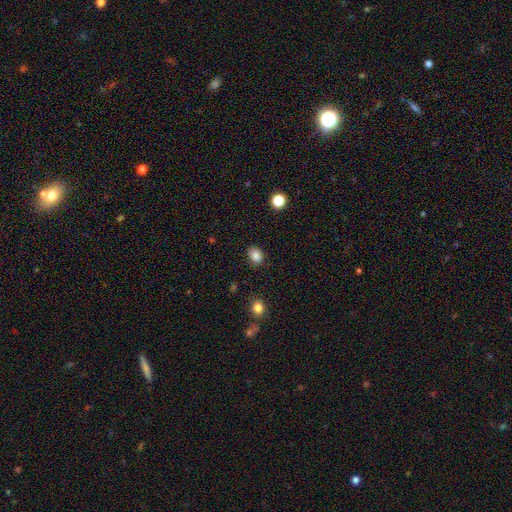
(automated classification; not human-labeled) Q: Smooth or featured?
A: smooth (84%); runner-up: star or artifact (10%)
Q: How rounded?
A: in between (63%); runner-up: round (36%)
Q: Merging?
A: none (84%); runner-up: minor disturbance (12%)